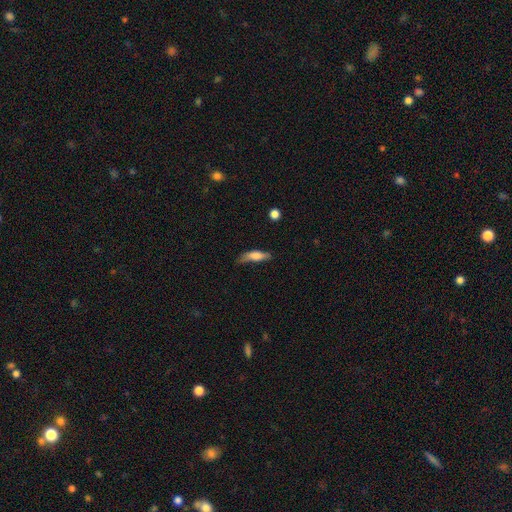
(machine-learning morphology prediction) The model was most divided on "how rounded": cigar-shaped: 54%, in between: 43%, round: 3%. Remaining: smooth or featured — smooth (68%); merging — none (50%).